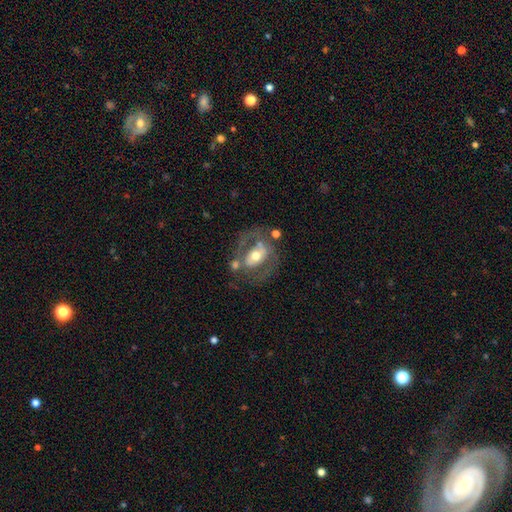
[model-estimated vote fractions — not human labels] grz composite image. It shows a featured or disk galaxy (66%) with no bar (48%), no spiral arms (57%) and a moderate central bulge (69%). Merging: none (54%).